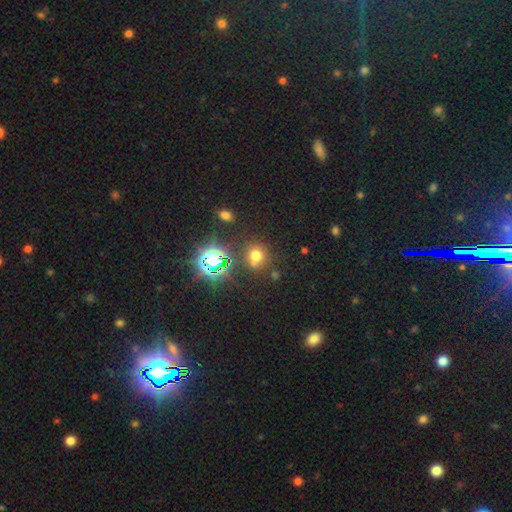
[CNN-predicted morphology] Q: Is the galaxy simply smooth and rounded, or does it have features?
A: smooth — 59%.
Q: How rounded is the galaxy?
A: round — 82%.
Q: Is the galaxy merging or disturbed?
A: none — 70%.